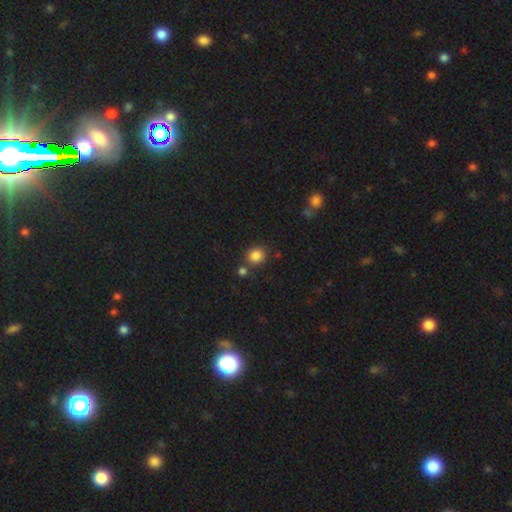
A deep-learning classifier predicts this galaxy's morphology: Smooth or featured: smooth — 84% (star or artifact — 11%)
How rounded: round — 79% (in between — 20%)
Merging: none — 73% (merger — 14%)